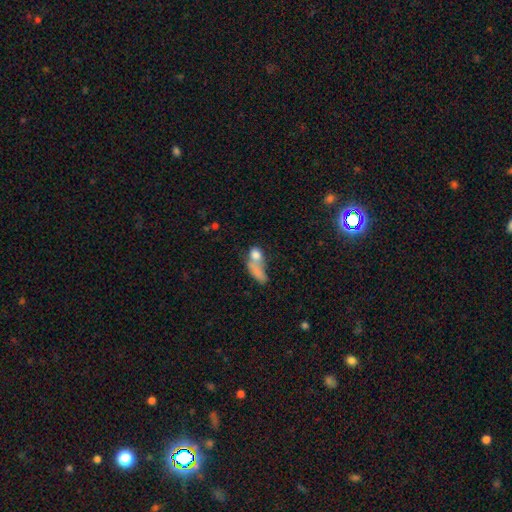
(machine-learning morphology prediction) Smooth or featured? Predicted: smooth (p=0.73). How rounded? Predicted: in between (p=0.58). Merging? Predicted: merger (p=0.49).